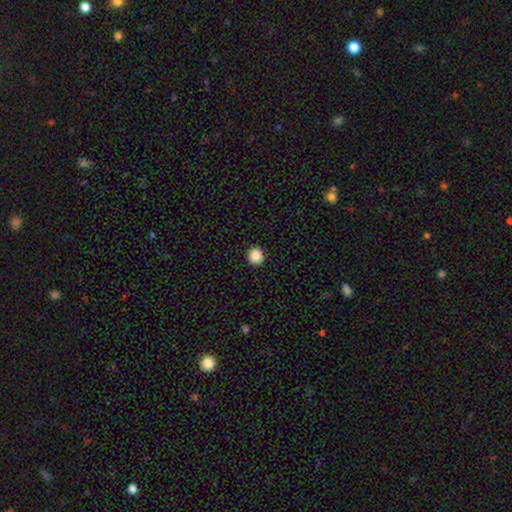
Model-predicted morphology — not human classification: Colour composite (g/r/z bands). It shows a smooth galaxy with no disk features (88%) that is round (90%). Merging: none (93%).